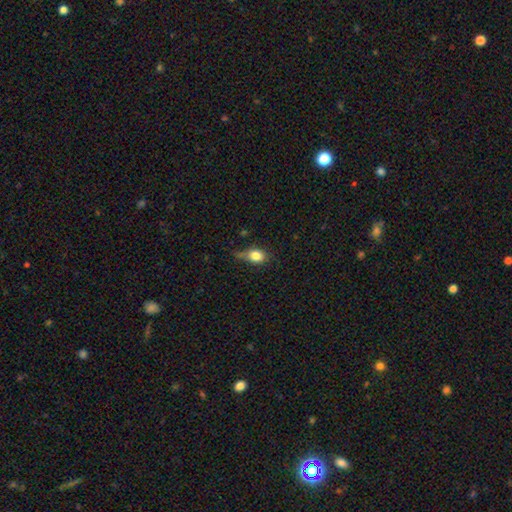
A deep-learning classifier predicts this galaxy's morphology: type=smooth (80%); roundness=in between (57%); merging=none (47%).